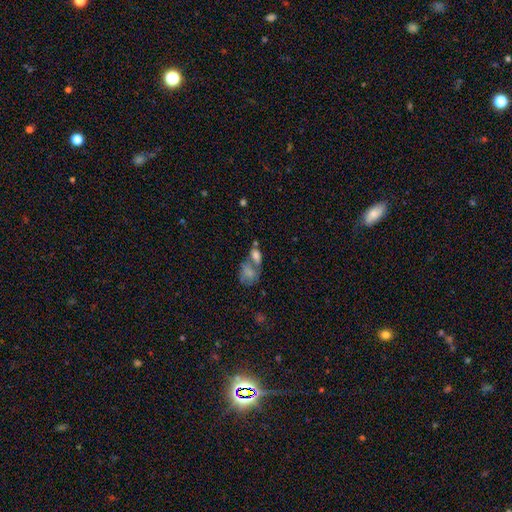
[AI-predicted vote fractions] smooth-or-featured: smooth: 72% | featured or disk: 17% | star or artifact: 11%
  how-rounded: in between: 81% | round: 15% | cigar-shaped: 4%
  merging: merger: 56% | none: 27% | minor disturbance: 10% | major disturbance: 7%